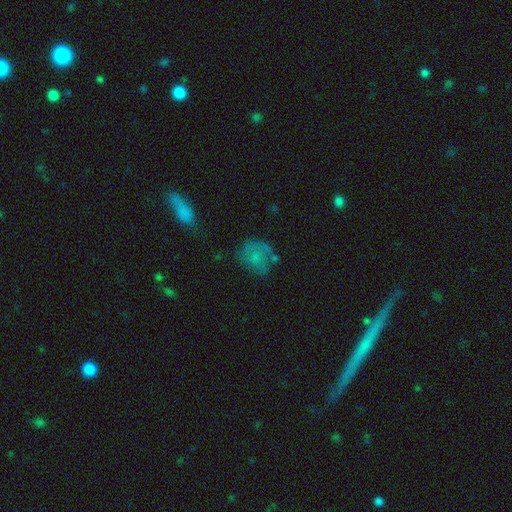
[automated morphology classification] Smooth or featured? Predicted: smooth (p=0.60). How rounded? Predicted: round (p=0.60). Merging? Predicted: none (p=0.44).